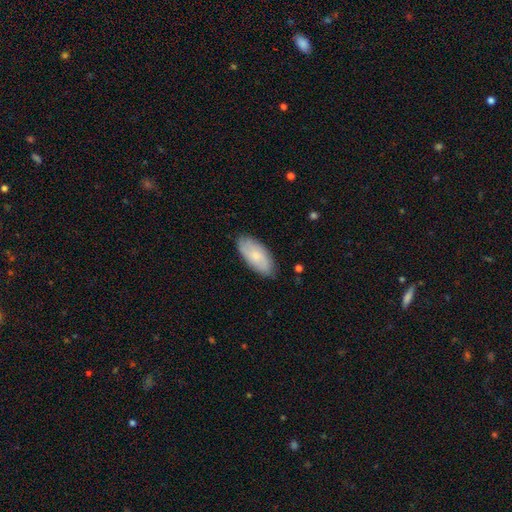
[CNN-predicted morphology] This appears to be a smooth galaxy with no disk features (69%) that is in between round and cigar-shaped (90%). Merging: none (82%).